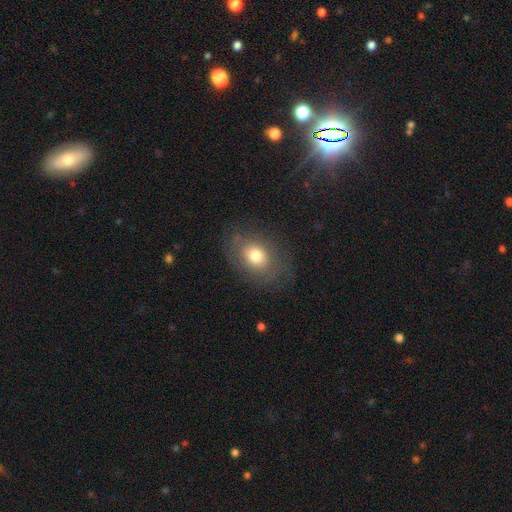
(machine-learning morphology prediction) The model was most divided on "how rounded": in between: 67%, round: 32%, cigar-shaped: 1%. More confident: merging — none (72%); smooth or featured — smooth (68%).